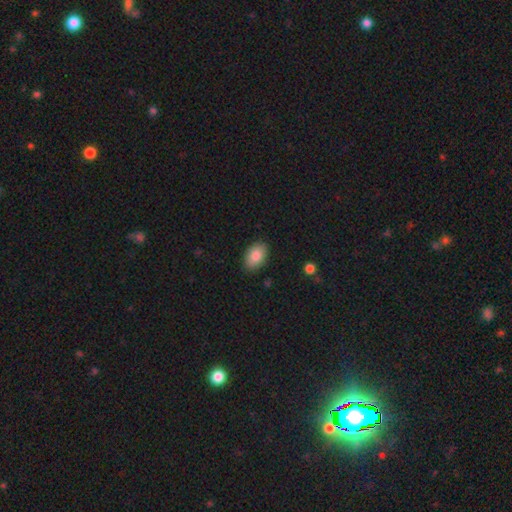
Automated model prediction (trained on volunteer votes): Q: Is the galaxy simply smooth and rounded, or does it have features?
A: smooth — 85%.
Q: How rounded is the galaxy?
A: in between — 90%.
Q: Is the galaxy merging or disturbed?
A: none — 87%.